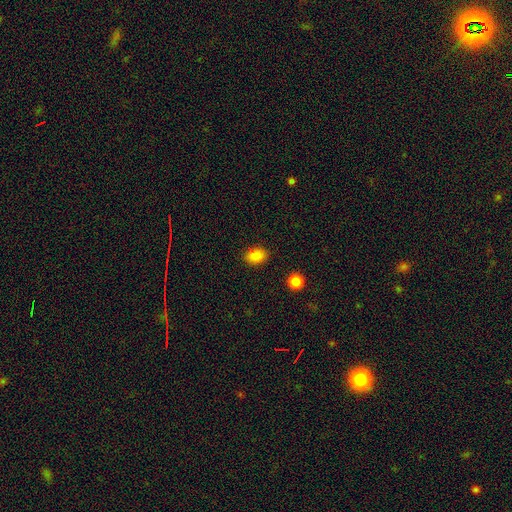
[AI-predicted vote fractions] Smooth or featured? Predicted: smooth (p=0.83). How rounded? Predicted: in between (p=0.71). Merging? Predicted: none (p=0.81).